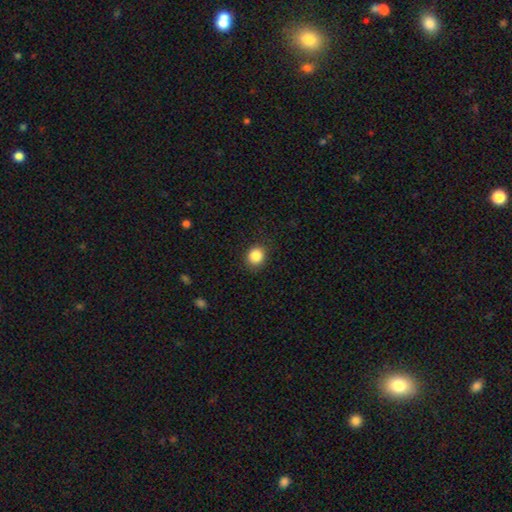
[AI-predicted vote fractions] The model was most divided on "how rounded": round: 74%, in between: 25%, cigar-shaped: 1%. More confident: merging — none (88%); smooth or featured — smooth (86%).